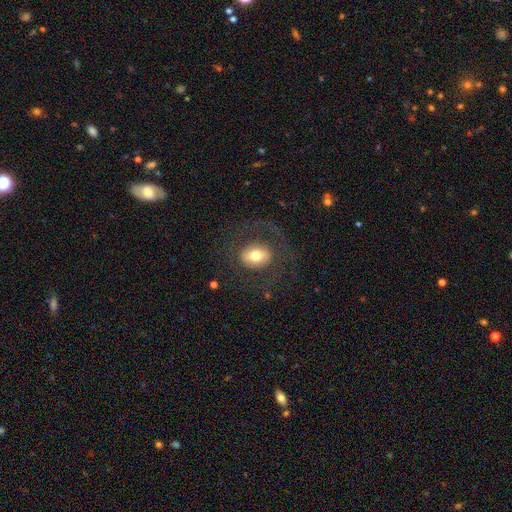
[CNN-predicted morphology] smooth-or-featured: smooth: 53% | featured or disk: 38% | star or artifact: 8%
  how-rounded: round: 55% | in between: 44% | cigar-shaped: 1%
  merging: none: 70% | major disturbance: 17% | minor disturbance: 12% | merger: 1%